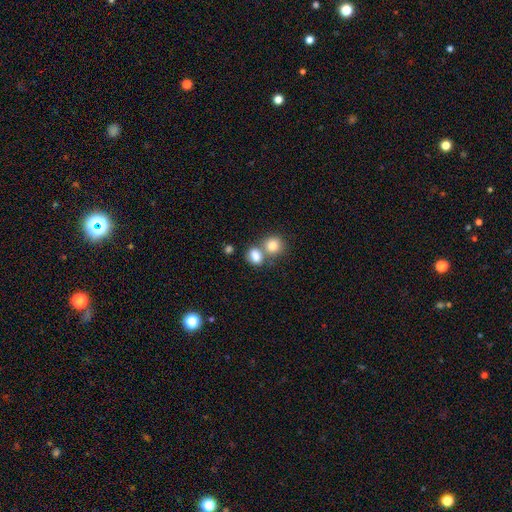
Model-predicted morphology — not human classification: This appears to be a smooth galaxy with no disk features (81%) that is in between round and cigar-shaped (55%). Merging: merger (47%).